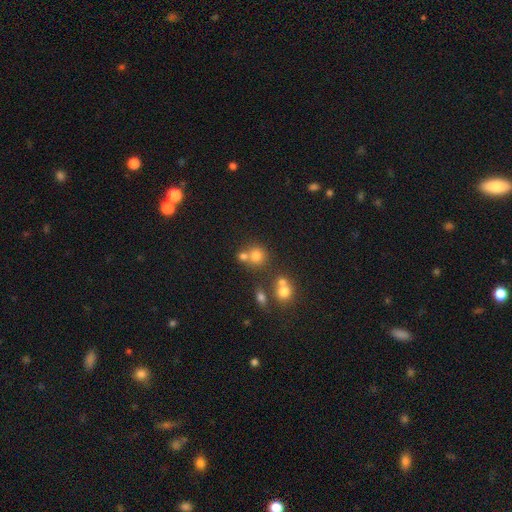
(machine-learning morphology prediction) Smooth or featured? smooth (73%)
How rounded? round (87%)
Merging? none (56%)